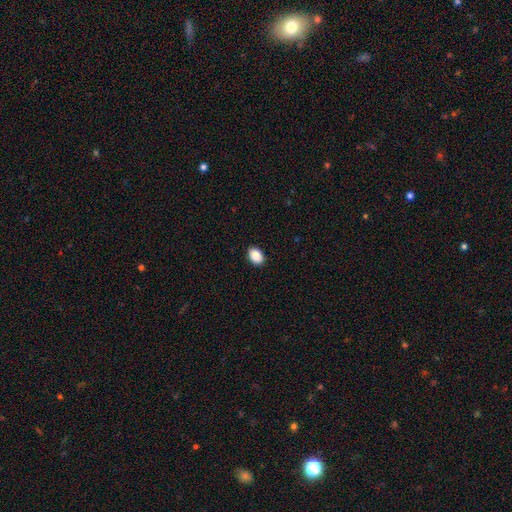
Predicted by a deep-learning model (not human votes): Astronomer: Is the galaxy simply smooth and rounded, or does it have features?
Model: smooth — 89%.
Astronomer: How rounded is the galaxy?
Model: in between — 83%.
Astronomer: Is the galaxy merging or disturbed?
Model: none — 90%.